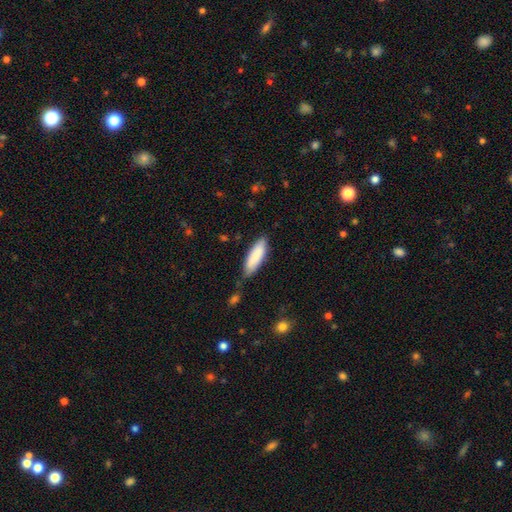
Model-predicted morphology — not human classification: The model was most divided on "how rounded": in between: 54%, cigar-shaped: 44%, round: 1%. More confident: smooth or featured — smooth (86%); merging — none (65%).